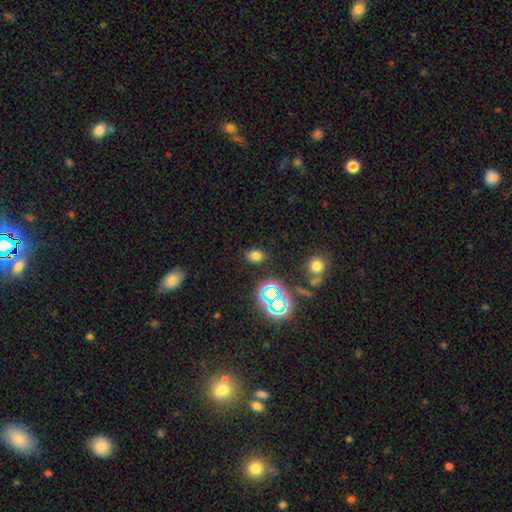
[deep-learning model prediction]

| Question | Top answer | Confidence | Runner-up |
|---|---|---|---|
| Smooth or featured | smooth | 68% | star or artifact (25%) |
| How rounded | in between | 74% | round (25%) |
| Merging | none | 84% | minor disturbance (10%) |